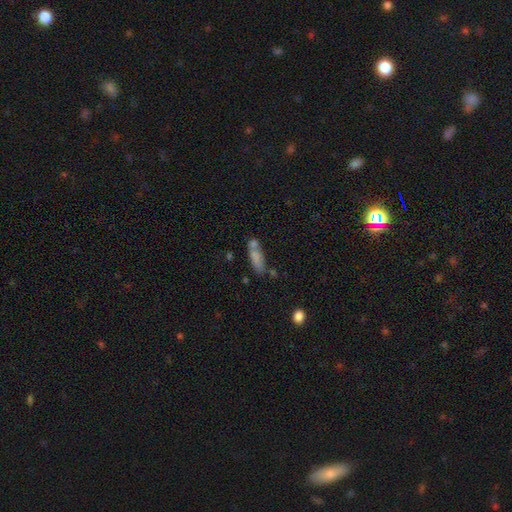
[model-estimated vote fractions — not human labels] Smooth or featured? smooth (72%)
How rounded? in between (52%)
Merging? none (49%)